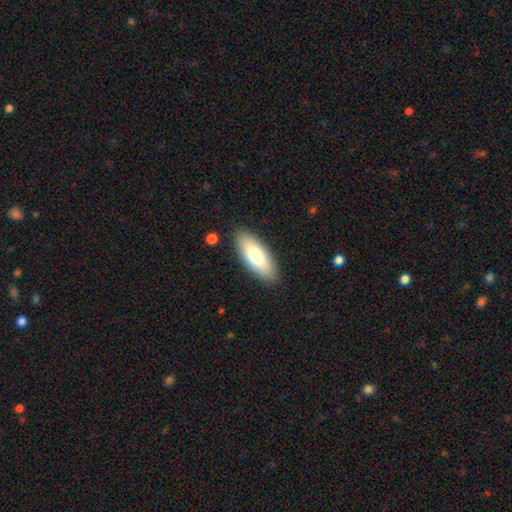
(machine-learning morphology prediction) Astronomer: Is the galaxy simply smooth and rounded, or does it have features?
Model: smooth — 78%.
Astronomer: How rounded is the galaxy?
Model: in between — 77%.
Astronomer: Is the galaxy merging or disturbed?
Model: none — 87%.